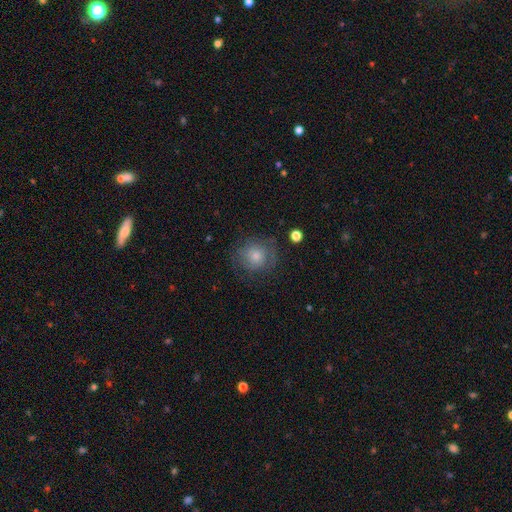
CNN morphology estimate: A smooth galaxy with no disk features (52%) that is round (85%).

Vote fractions:
- Smooth or featured? smooth: 52% / featured or disk: 35% / star or artifact: 13%
- How rounded? round: 85% / in between: 14% / cigar-shaped: 1%
- Merging? none: 73% / minor disturbance: 17% / major disturbance: 9% / merger: 1%